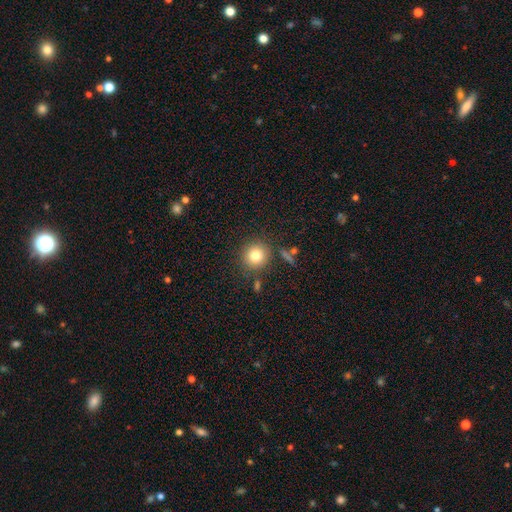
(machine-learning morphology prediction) The model was most divided on "smooth or featured": smooth: 81%, star or artifact: 11%, featured or disk: 8%. More confident: how rounded — round (91%); merging — none (84%).